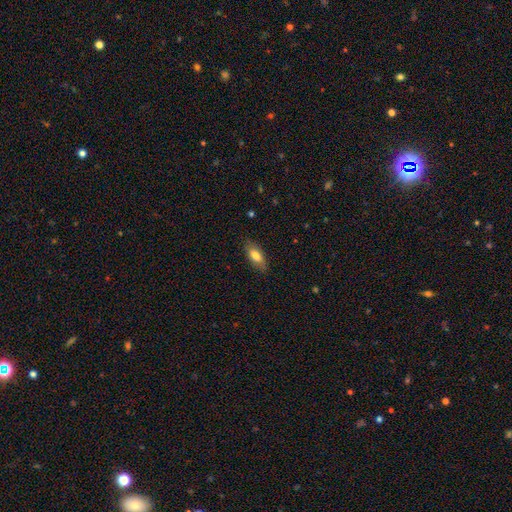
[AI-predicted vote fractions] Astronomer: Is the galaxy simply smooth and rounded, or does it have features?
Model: smooth — 76%.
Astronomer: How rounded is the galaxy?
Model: in between — 82%.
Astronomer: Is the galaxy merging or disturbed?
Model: none — 84%.